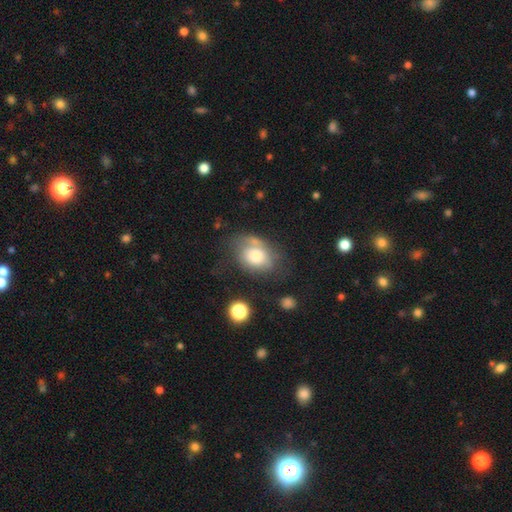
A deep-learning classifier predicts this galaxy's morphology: This appears to be a smooth galaxy with no disk features (64%) that is in between round and cigar-shaped (70%). Merging: none (46%).